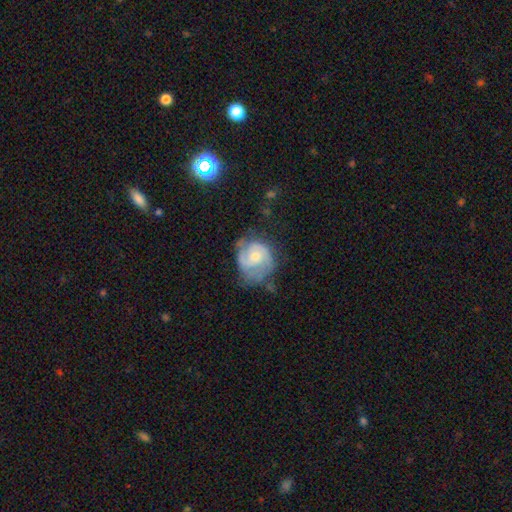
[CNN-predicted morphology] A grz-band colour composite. It shows a featured or disk galaxy (75%) with no bar (65%), 2 (58%) tight (47%) spiral arms (91%) and a moderate central bulge (47%). Merging: none (52%).